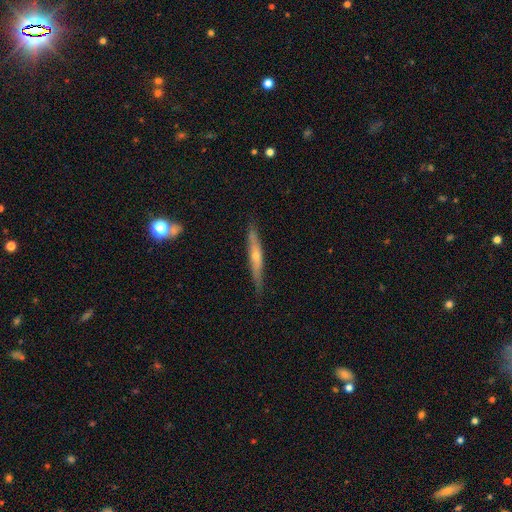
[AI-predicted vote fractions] Q: Smooth or featured?
A: featured or disk (62%); runner-up: smooth (31%)
Q: Edge-on disk?
A: yes (94%); runner-up: no (6%)
Q: Edge-on bulge?
A: rounded (74%); runner-up: none (23%)
Q: Merging?
A: none (85%); runner-up: minor disturbance (12%)